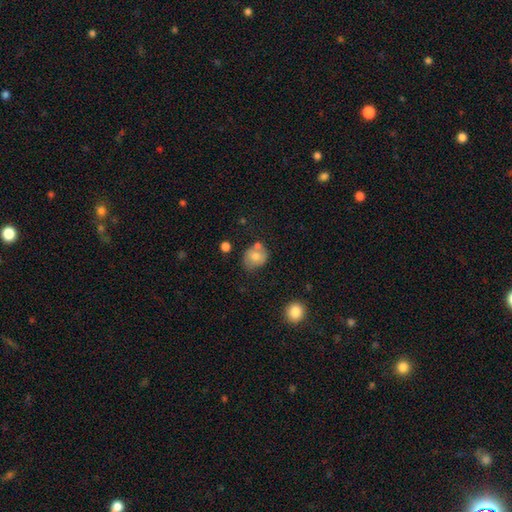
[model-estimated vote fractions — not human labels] Smooth or featured? smooth (71%)
How rounded? round (68%)
Merging? none (59%)